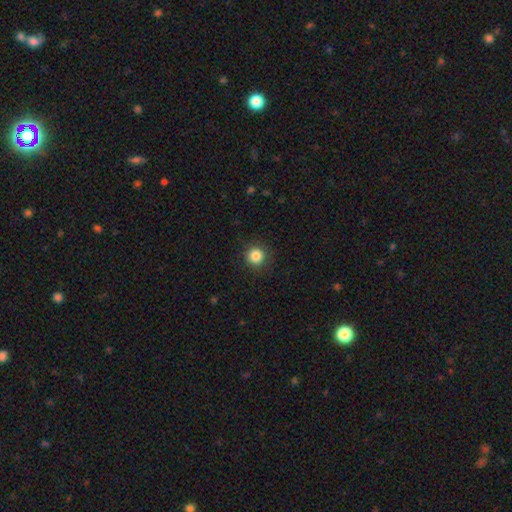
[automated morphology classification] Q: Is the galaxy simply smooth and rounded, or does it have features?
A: smooth — 85%.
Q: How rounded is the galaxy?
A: round — 95%.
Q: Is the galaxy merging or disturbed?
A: none — 91%.